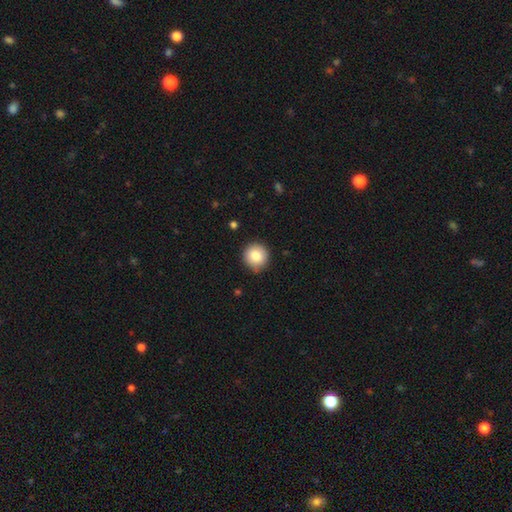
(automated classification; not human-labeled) Overall: smooth (83%). How rounded: round (94%). Merging: none (87%).